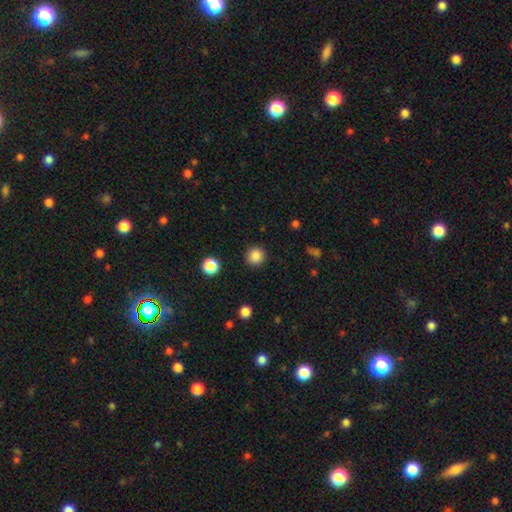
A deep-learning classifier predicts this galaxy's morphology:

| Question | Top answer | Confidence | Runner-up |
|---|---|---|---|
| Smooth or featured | smooth | 86% | star or artifact (11%) |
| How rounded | round | 93% | in between (6%) |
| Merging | none | 91% | minor disturbance (6%) |